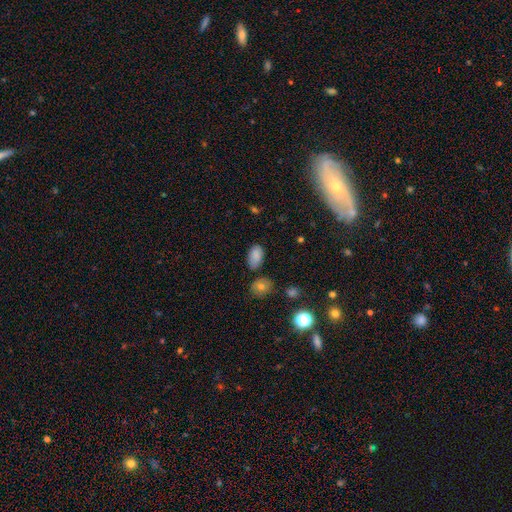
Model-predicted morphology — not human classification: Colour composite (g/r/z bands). It shows a smooth galaxy with no disk features (84%) that is in between round and cigar-shaped (93%). Merging: none (78%).